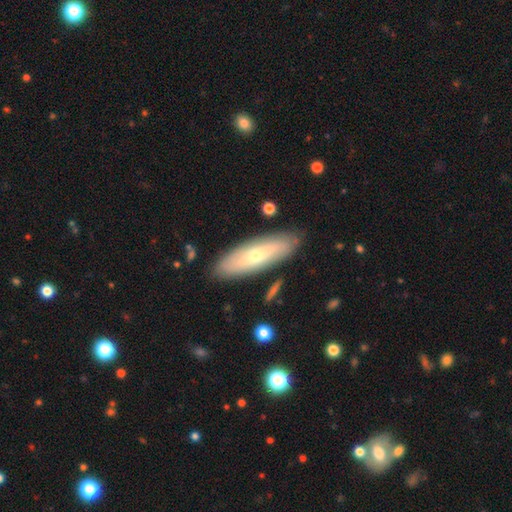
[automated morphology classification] featured or disk 48%, smooth 46%, star or artifact 6%. Down the decision tree: merging — none (85%).